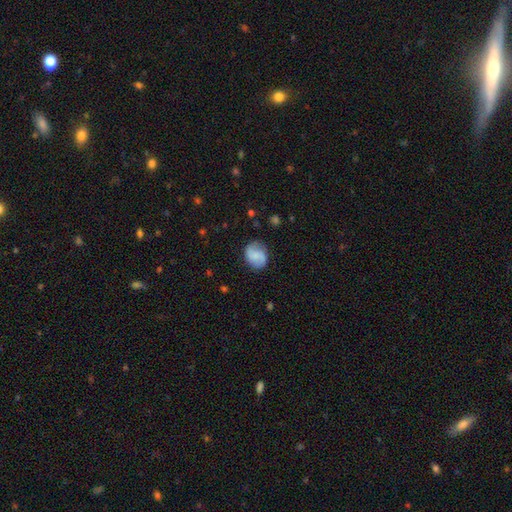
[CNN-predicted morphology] Smooth or featured? Predicted: featured or disk (p=0.49). Merging? Predicted: none (p=0.77).